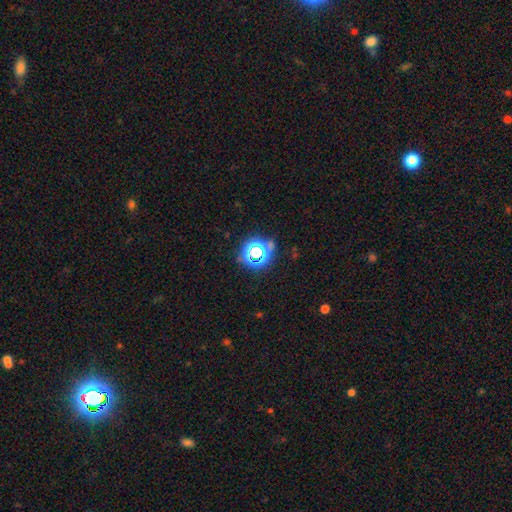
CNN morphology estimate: smooth-or-featured: star or artifact: 61% | smooth: 27% | featured or disk: 11%